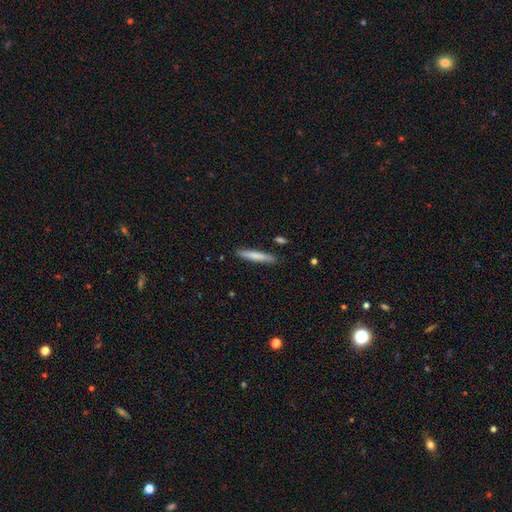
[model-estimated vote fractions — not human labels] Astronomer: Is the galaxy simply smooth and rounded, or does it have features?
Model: smooth — 74%.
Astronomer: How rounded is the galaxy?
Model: cigar-shaped — 94%.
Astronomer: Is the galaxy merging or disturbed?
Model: none — 87%.